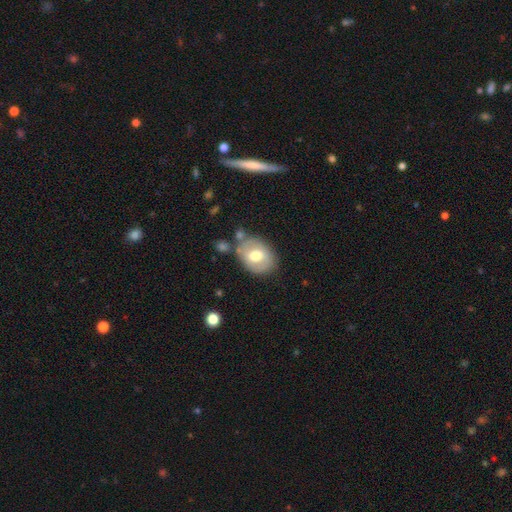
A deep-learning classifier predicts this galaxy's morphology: Overall: smooth (59%; featured or disk 34%). How rounded: in between (64%; round 35%). Merging: none (69%).